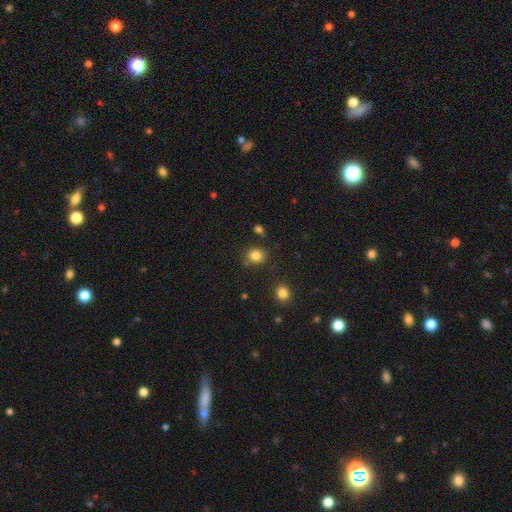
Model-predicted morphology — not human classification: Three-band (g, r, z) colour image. It shows a smooth galaxy with no disk features (83%) that is round (70%). Merging: none (78%).